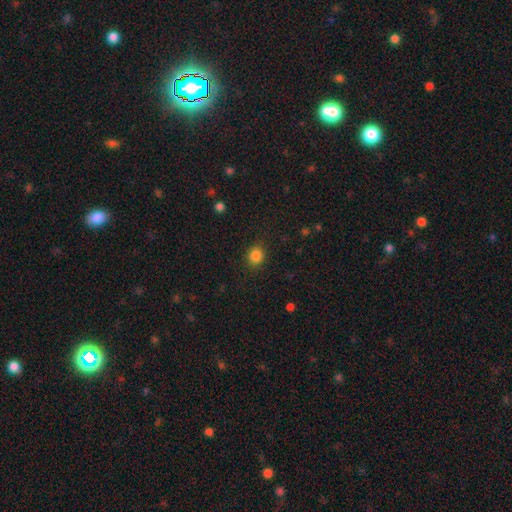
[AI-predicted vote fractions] This is clearly a smooth galaxy (85%). How rounded: likely round (76%). Merging: clearly none (88%).